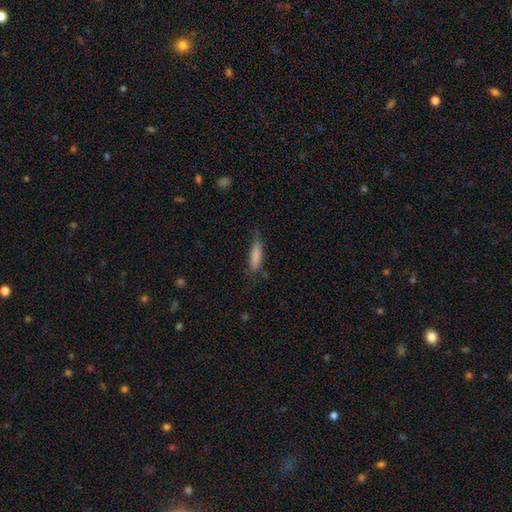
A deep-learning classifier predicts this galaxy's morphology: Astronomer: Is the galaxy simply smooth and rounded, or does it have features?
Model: smooth — 83%.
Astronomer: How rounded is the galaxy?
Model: cigar-shaped — 62%.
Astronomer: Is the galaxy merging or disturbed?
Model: none — 64%.